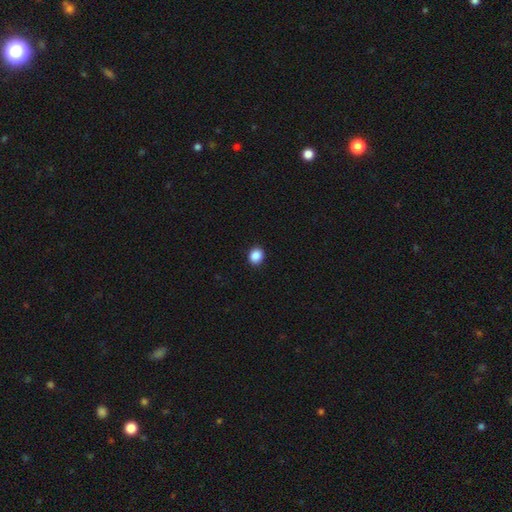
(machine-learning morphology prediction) Overall: smooth (88%). How rounded: round (68%; in between 31%). Merging: none (92%).